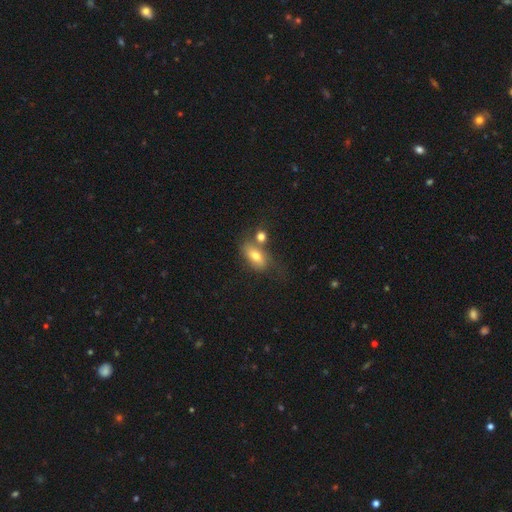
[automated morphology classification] This is likely a smooth galaxy (70%). How rounded: clearly in between (84%). Merging: marginally none (41%).